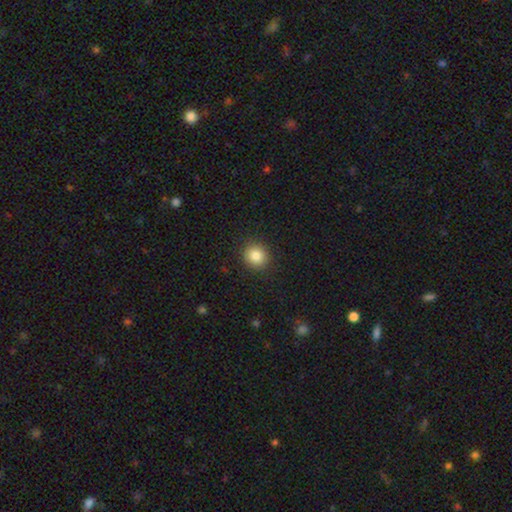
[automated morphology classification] smooth_or_featured: smooth (p=0.84) [alt: star or artifact p=0.10]
how_rounded: round (p=0.85) [alt: in between p=0.14]
merging: none (p=0.90) [alt: minor disturbance p=0.07]